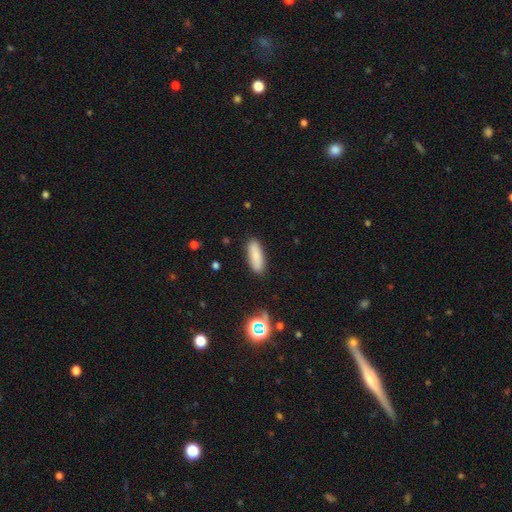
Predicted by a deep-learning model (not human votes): The model was most divided on "how rounded": in between: 58%, cigar-shaped: 40%, round: 2%. More confident: merging — none (88%); smooth or featured — smooth (84%).